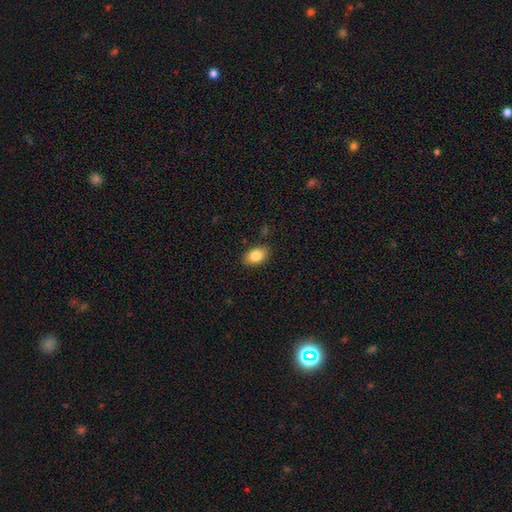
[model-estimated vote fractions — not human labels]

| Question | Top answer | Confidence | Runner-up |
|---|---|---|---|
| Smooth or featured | smooth | 83% | featured or disk (9%) |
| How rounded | in between | 88% | round (10%) |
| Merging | none | 87% | minor disturbance (10%) |